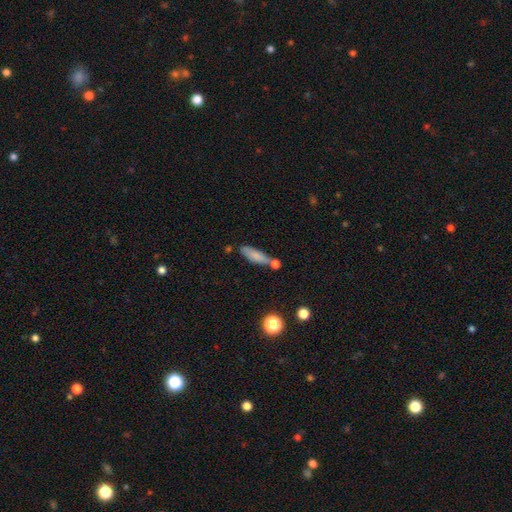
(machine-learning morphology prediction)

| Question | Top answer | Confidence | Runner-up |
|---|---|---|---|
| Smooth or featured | smooth | 79% | featured or disk (13%) |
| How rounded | cigar-shaped | 58% | in between (40%) |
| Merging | none | 56% | merger (21%) |